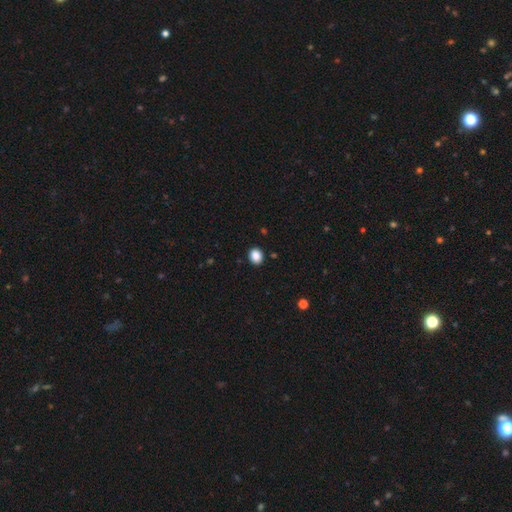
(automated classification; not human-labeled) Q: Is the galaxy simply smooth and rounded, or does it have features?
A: smooth — 88%.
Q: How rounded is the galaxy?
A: round — 56%.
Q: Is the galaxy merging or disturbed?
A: none — 91%.